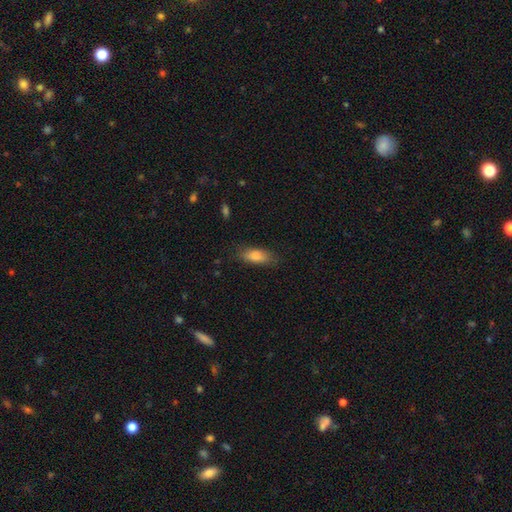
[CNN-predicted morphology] type=smooth (80%); roundness=in between (72%); merging=none (79%).